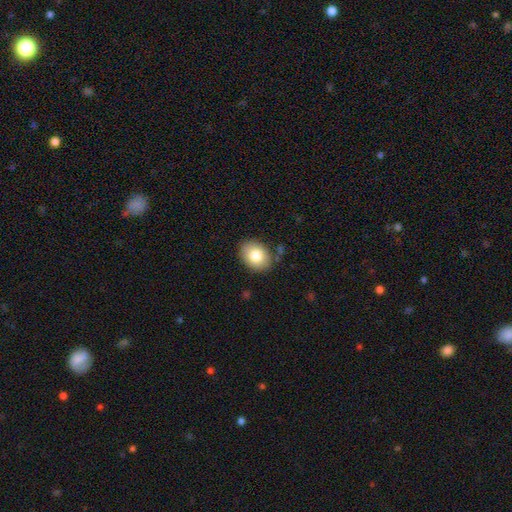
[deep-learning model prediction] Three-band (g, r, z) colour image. It shows a smooth galaxy with no disk features (81%) that is in between round and cigar-shaped (62%). Merging: none (84%).